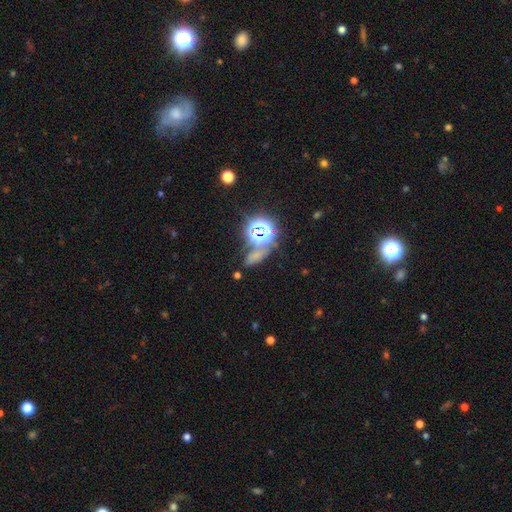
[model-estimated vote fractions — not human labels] star or artifact 47%, smooth 42%, featured or disk 11%.